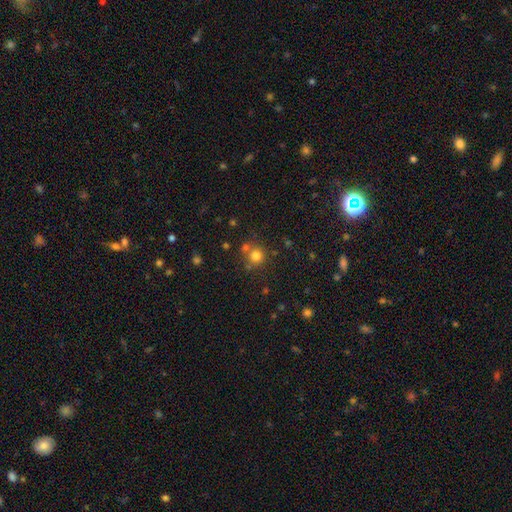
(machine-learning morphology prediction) smooth 77%, star or artifact 16%, featured or disk 7%. Down the decision tree: how rounded — round (91%); merging — none (69%).